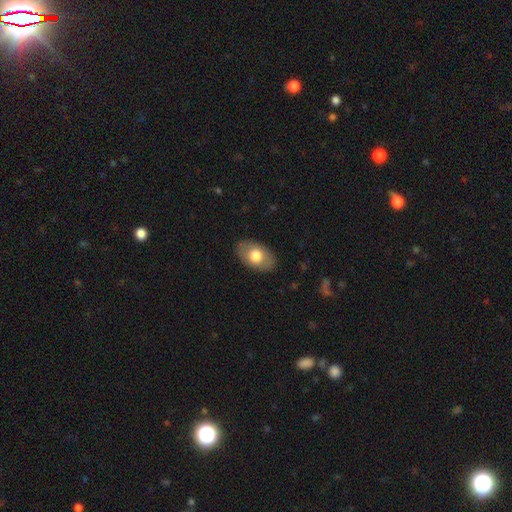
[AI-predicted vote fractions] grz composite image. It shows a smooth galaxy with no disk features (72%) that is in between round and cigar-shaped (90%). Merging: none (85%).